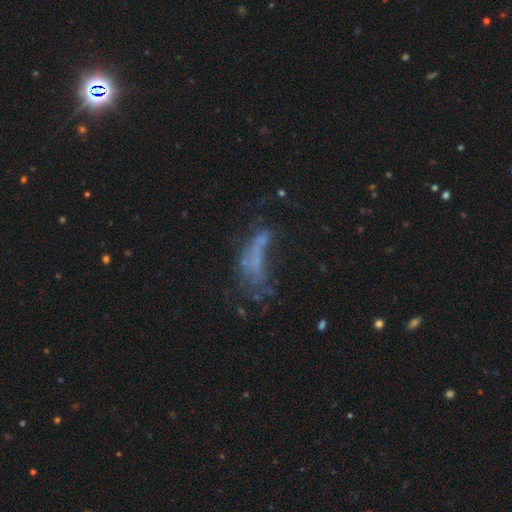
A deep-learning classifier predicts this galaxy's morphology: This appears to be a featured or disk galaxy (39%). Merging: major disturbance (40%).